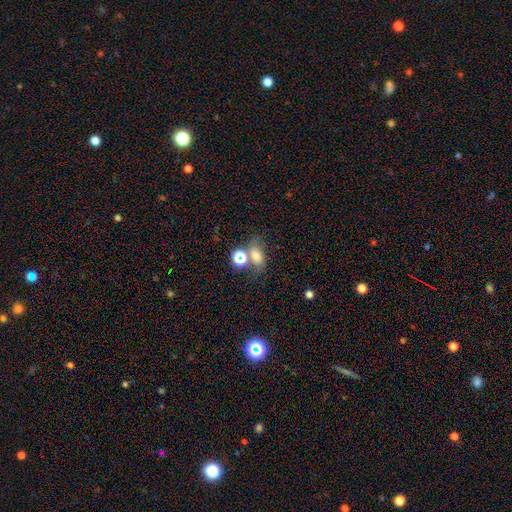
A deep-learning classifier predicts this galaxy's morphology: Smooth or featured: smooth — 63% (star or artifact — 20%)
How rounded: in between — 75% (round — 23%)
Merging: none — 44% (merger — 30%)